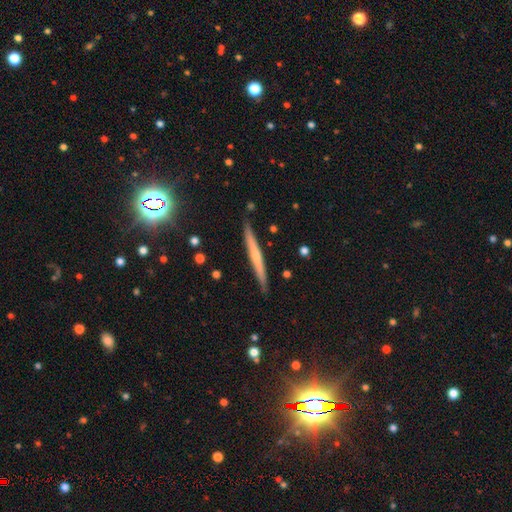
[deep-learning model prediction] Q: Smooth or featured?
A: featured or disk (51%); runner-up: smooth (42%)
Q: Edge-on disk?
A: yes (97%); runner-up: no (3%)
Q: Merging?
A: none (89%); runner-up: minor disturbance (8%)